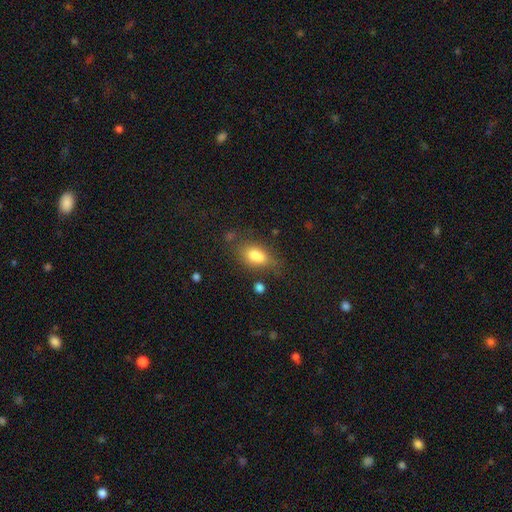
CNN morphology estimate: Smooth or featured?
  - smooth: 77% *
  - featured or disk: 13%
  - star or artifact: 10%
How rounded?
  - in between: 82% *
  - round: 12%
  - cigar-shaped: 6%
Merging?
  - none: 52% *
  - minor disturbance: 21%
  - merger: 18%
  - major disturbance: 8%